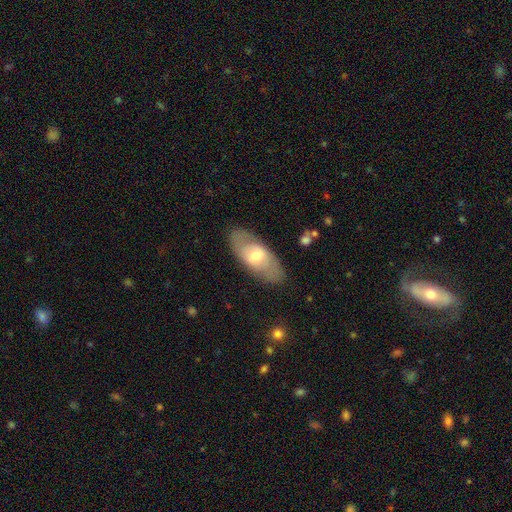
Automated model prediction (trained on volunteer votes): A smooth galaxy with no disk features (47%, tied with featured or disk).

Vote fractions:
- Smooth or featured? smooth: 47% (tied) / featured or disk: 47% (tied) / star or artifact: 6%
- Merging? none: 82% / minor disturbance: 12% / major disturbance: 4% / merger: 1%